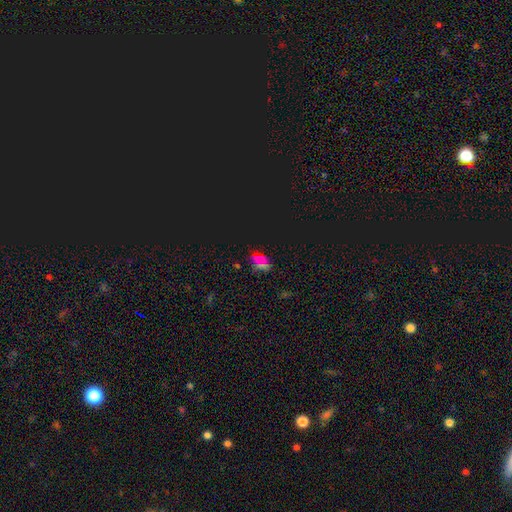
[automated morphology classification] smooth_or_featured: star or artifact (p=0.58) [alt: smooth p=0.32]